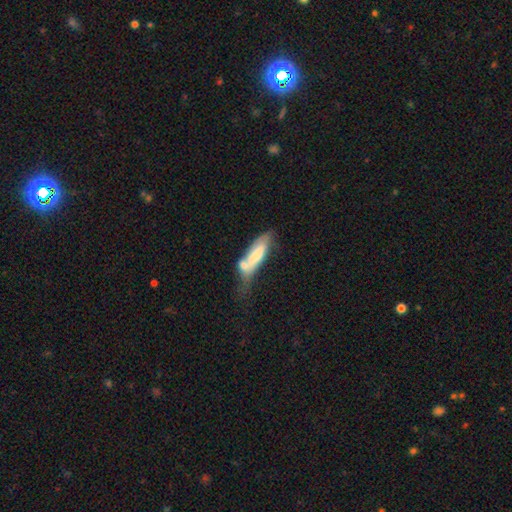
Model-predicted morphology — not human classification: type=smooth (65%); roundness=cigar-shaped (51%); merging=merger (38%).